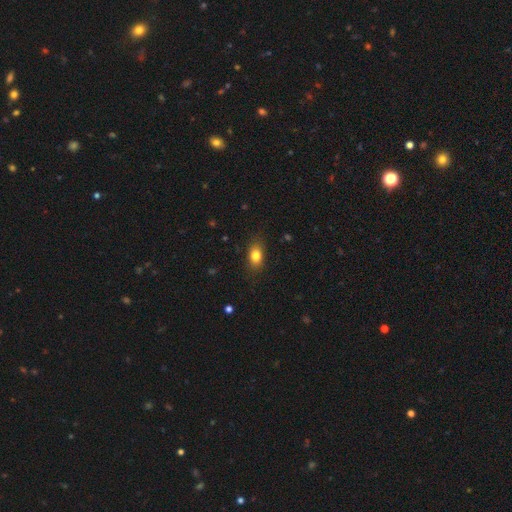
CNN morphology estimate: type=smooth (81%); roundness=in between (77%); merging=none (83%).